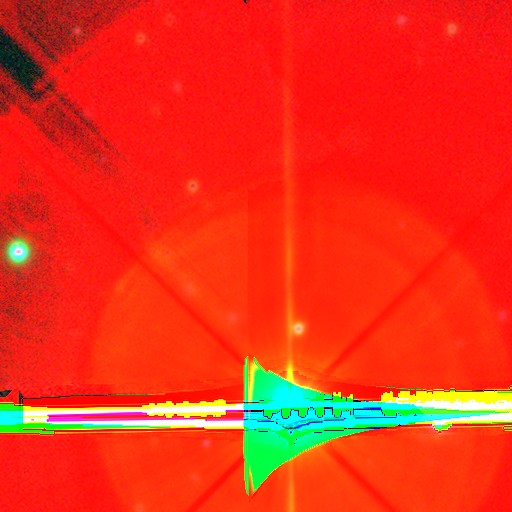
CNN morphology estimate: The model was most divided on "smooth or featured": star or artifact: 90%, featured or disk: 6%, smooth: 4%.